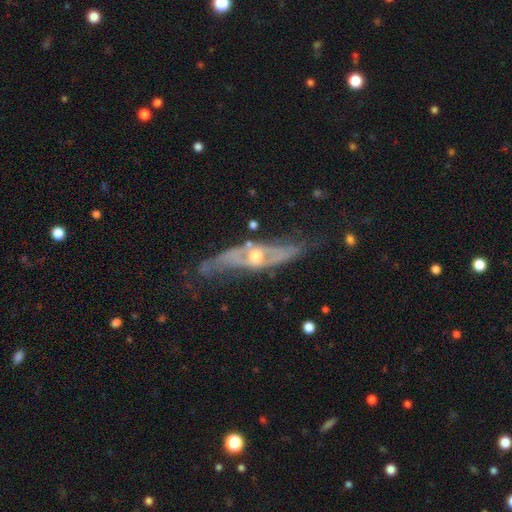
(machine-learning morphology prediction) smooth_or_featured: featured or disk (p=0.74) [alt: smooth p=0.16]
disk_edge_on: yes (p=0.62) [alt: no p=0.38]
merging: none (p=0.66) [alt: minor disturbance p=0.21]